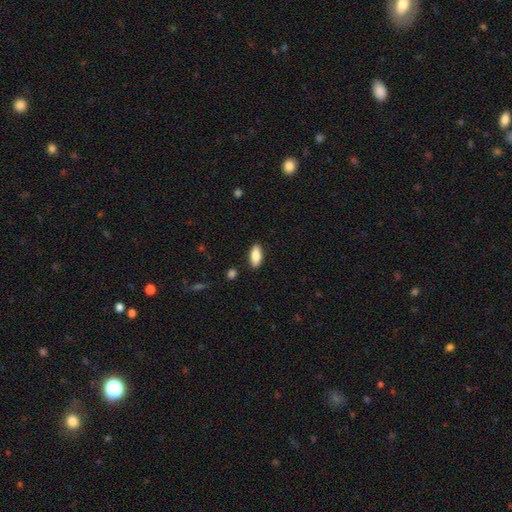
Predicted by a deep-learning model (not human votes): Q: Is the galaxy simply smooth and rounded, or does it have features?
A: smooth — 81%.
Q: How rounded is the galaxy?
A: in between — 81%.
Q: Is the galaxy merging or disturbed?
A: none — 87%.